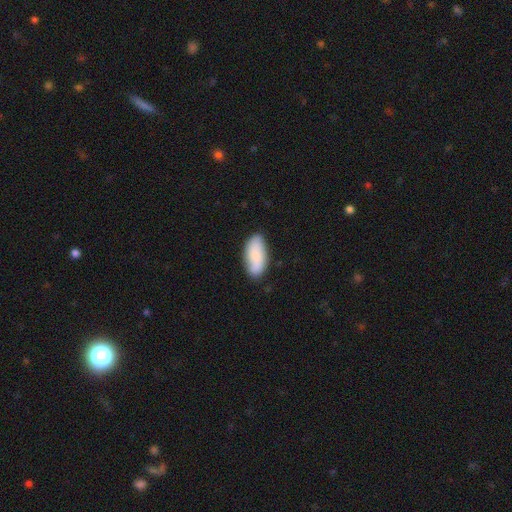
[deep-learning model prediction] Morphology: type=smooth (77%); roundness=in between (88%); merging=none (79%).